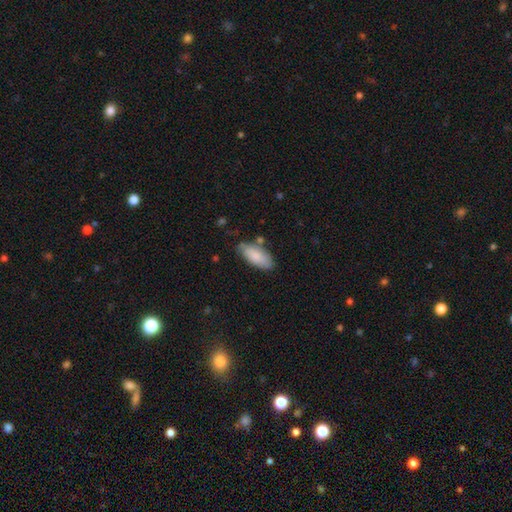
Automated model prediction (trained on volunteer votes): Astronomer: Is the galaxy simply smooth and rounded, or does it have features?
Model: smooth — 82%.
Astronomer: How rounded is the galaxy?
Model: in between — 86%.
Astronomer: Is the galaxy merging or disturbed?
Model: none — 69%.